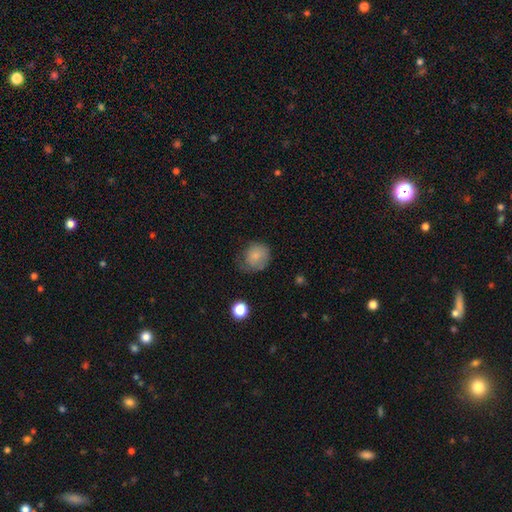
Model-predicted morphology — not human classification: smooth 80%, featured or disk 11%, star or artifact 9%. Down the decision tree: how rounded — round (77%); merging — none (52%).